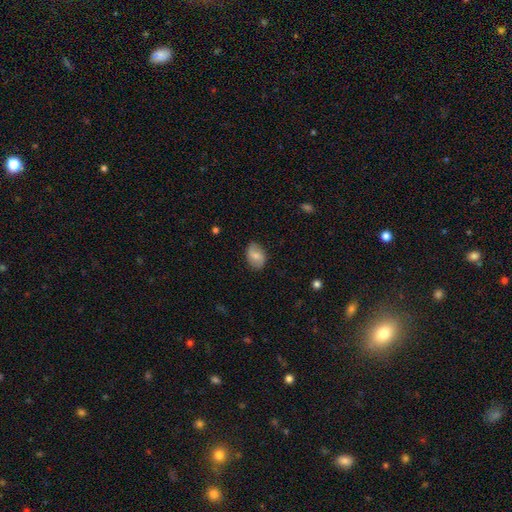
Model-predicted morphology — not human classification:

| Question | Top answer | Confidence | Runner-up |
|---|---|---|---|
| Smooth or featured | smooth | 57% | featured or disk (36%) |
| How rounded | in between | 81% | round (17%) |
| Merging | none | 83% | minor disturbance (13%) |